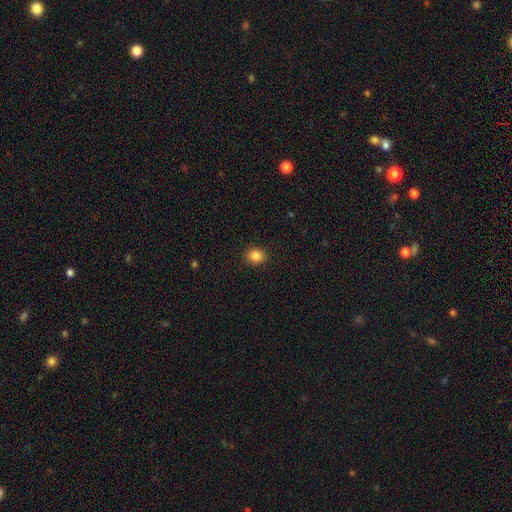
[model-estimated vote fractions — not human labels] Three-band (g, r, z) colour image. It shows a smooth galaxy with no disk features (85%) that is round (69%). Merging: none (91%).